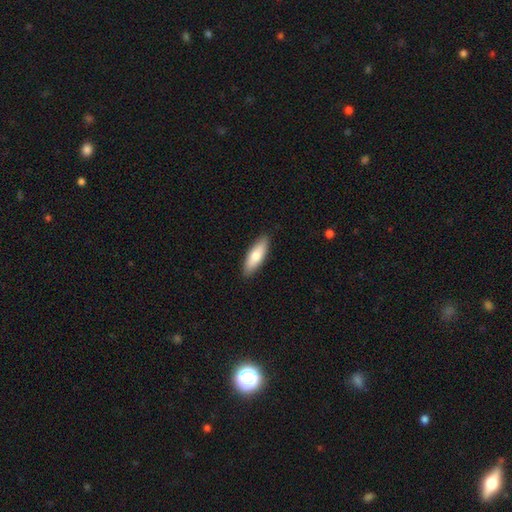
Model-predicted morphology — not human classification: Smooth or featured?
  - smooth: 77% *
  - featured or disk: 18%
  - star or artifact: 5%
How rounded?
  - in between: 59% *
  - cigar-shaped: 39%
  - round: 2%
Merging?
  - none: 89% *
  - minor disturbance: 8%
  - major disturbance: 2%
  - merger: 1%